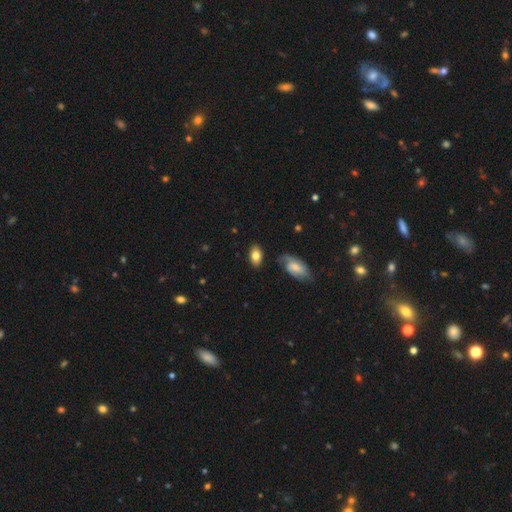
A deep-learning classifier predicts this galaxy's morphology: smooth 77%, featured or disk 16%, star or artifact 7%. Down the decision tree: how rounded — in between (91%); merging — none (77%).